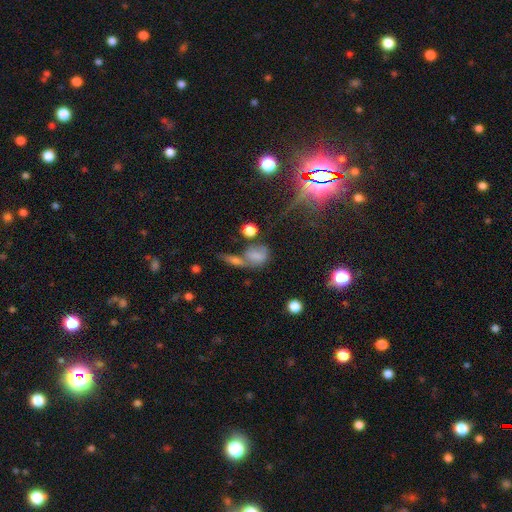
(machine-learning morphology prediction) The model was most divided on "merging": merger: 44%, none: 29%, minor disturbance: 14%, major disturbance: 13%. More confident: how rounded — in between (63%); smooth or featured — smooth (61%).